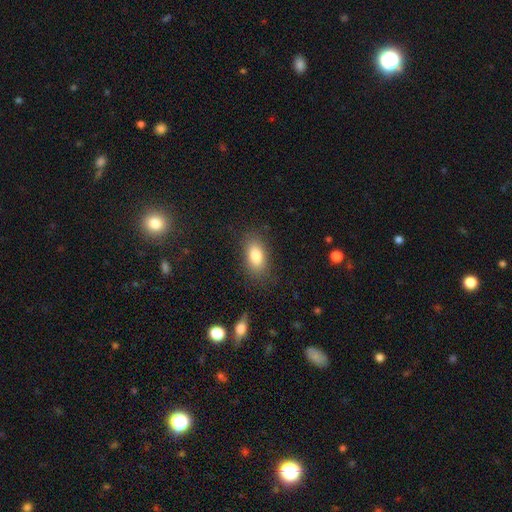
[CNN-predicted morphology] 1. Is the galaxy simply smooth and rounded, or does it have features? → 82% smooth, 10% featured or disk, 9% star or artifact.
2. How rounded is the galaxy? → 88% in between, 8% round, 4% cigar-shaped.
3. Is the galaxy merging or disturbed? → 83% none, 12% minor disturbance, 4% major disturbance, 1% merger.